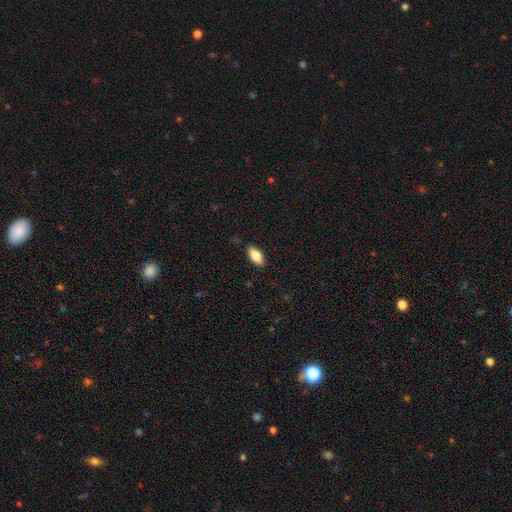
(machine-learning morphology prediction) A smooth galaxy with no disk features (84%) that is in between round and cigar-shaped (89%). Merging: none (86%).